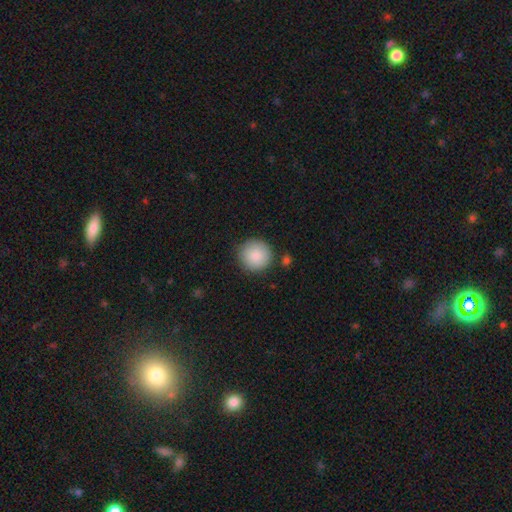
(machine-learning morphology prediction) smooth 86%, star or artifact 7%, featured or disk 6%. Down the decision tree: how rounded — round (95%); merging — none (84%).